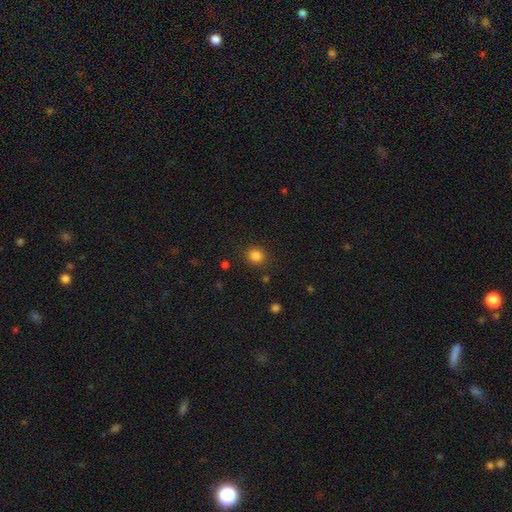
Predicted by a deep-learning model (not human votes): Q: Smooth or featured?
A: smooth (83%); runner-up: star or artifact (12%)
Q: How rounded?
A: round (84%); runner-up: in between (15%)
Q: Merging?
A: none (88%); runner-up: minor disturbance (8%)